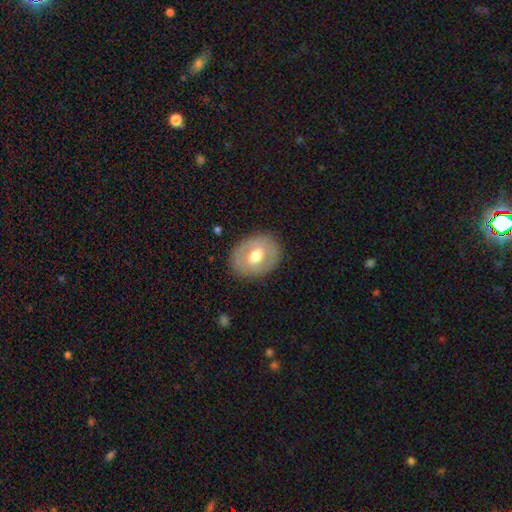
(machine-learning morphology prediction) This is possibly a smooth galaxy (49%). Merging: clearly none (83%).